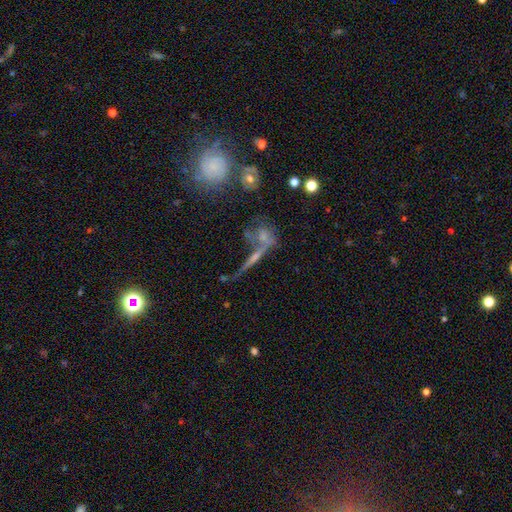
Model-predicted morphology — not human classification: Smooth or featured? Predicted: star or artifact (p=0.35).